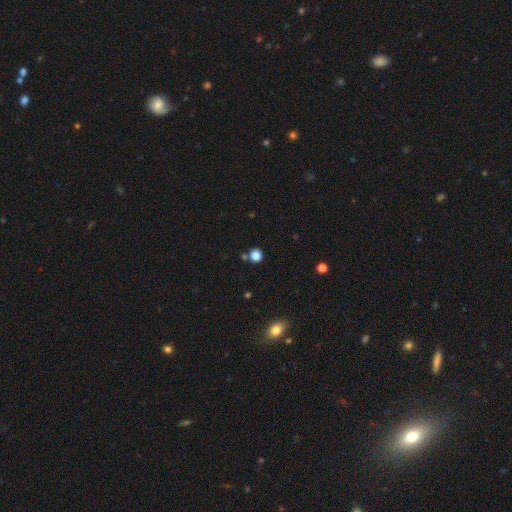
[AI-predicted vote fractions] Smooth or featured? smooth (82%)
How rounded? round (89%)
Merging? none (77%)